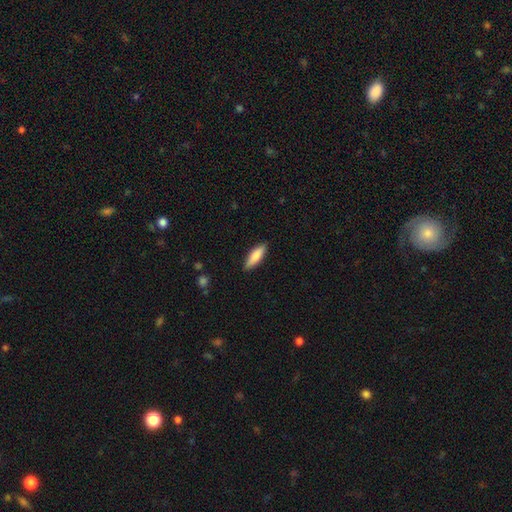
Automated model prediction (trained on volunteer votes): Smooth or featured?
  - smooth: 80% *
  - featured or disk: 15%
  - star or artifact: 5%
How rounded?
  - cigar-shaped: 52% *
  - in between: 46%
  - round: 2%
Merging?
  - none: 87% *
  - minor disturbance: 10%
  - major disturbance: 2%
  - merger: 1%